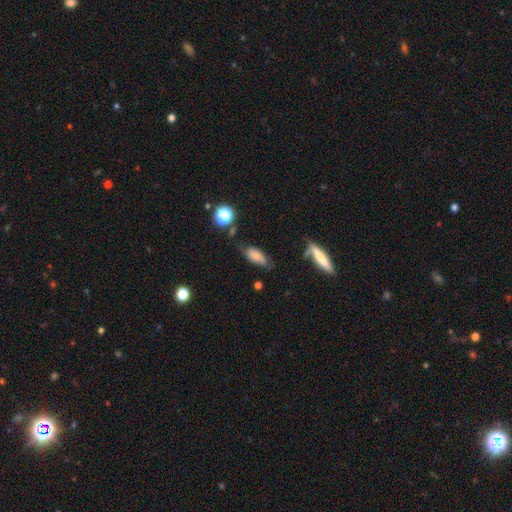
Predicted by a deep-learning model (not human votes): This is likely a smooth galaxy (66%). How rounded: likely in between (77%). Merging: possibly none (55%).